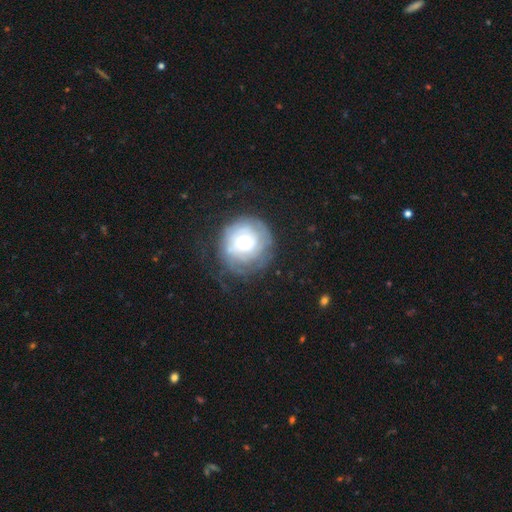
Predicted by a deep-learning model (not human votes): Q: Smooth or featured?
A: featured or disk (59%); runner-up: smooth (31%)
Q: Edge-on disk?
A: no (97%); runner-up: yes (3%)
Q: Bar?
A: no (76%); runner-up: weak (20%)
Q: Spiral arms?
A: yes (79%); runner-up: no (21%)
Q: Bulge size?
A: moderate (52%); runner-up: small (32%)
Q: Merging?
A: none (71%); runner-up: minor disturbance (17%)